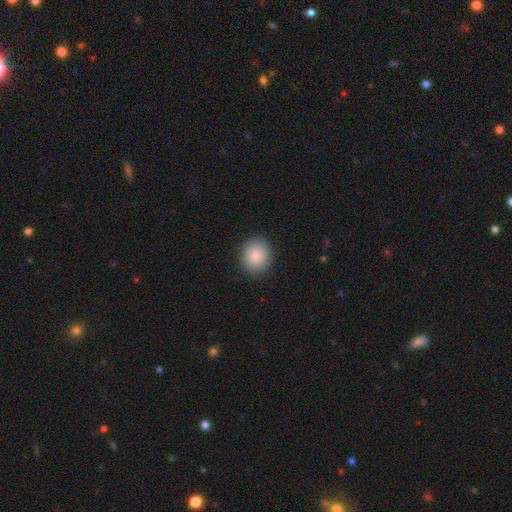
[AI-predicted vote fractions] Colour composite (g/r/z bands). It shows a smooth galaxy with no disk features (87%) that is round (82%). Merging: none (90%).